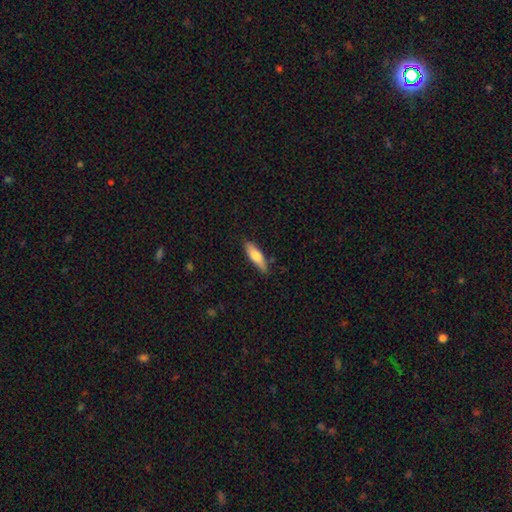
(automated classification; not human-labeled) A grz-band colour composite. It shows a smooth galaxy with no disk features (74%) that is cigar-shaped (55%). Merging: none (81%).